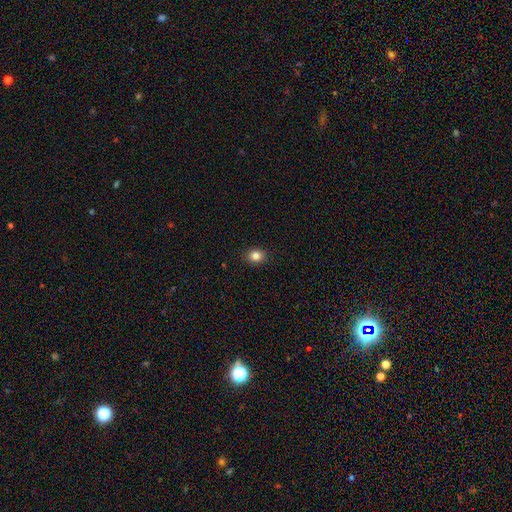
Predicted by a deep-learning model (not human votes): smooth-or-featured: smooth: 84% | star or artifact: 11% | featured or disk: 5%
  how-rounded: round: 55% | in between: 44% | cigar-shaped: 1%
  merging: none: 90% | minor disturbance: 7% | major disturbance: 2% | merger: 1%